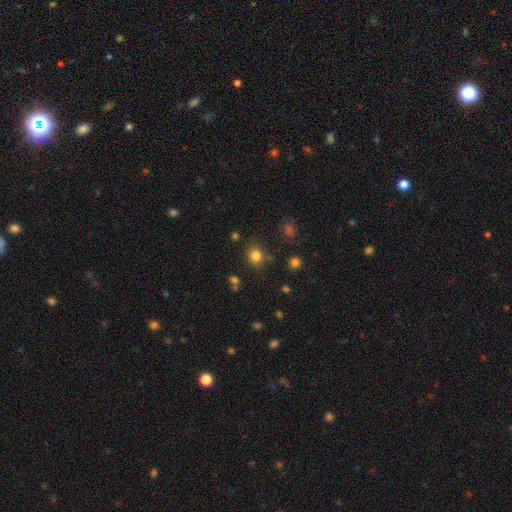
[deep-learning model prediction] Smooth or featured? Predicted: smooth (p=0.81). How rounded? Predicted: round (p=0.74). Merging? Predicted: none (p=0.82).